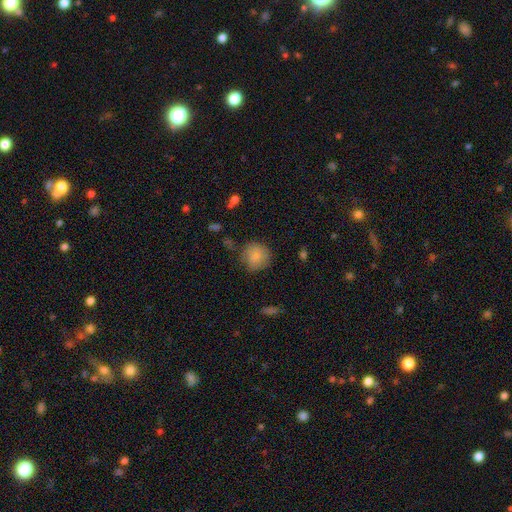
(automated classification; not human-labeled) A smooth galaxy with no disk features (82%) that is round (88%). Merging: none (72%).